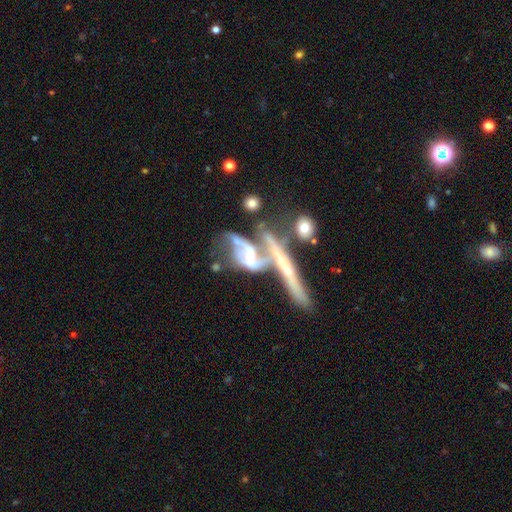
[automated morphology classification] type=featured or disk (68%); edge-on=yes (55%); merging=merger (47%).